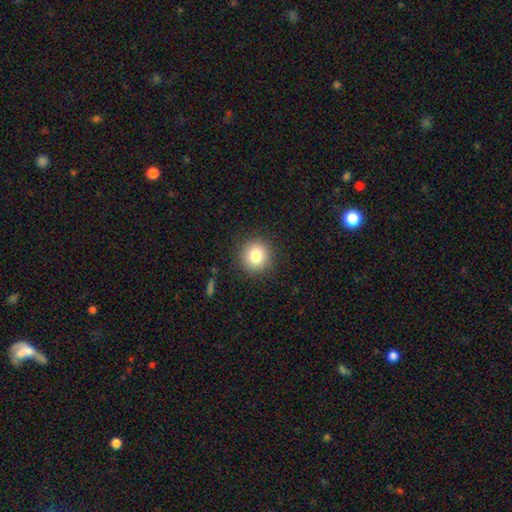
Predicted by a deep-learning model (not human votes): This appears to be a smooth galaxy with no disk features (82%) that is round (93%). Merging: none (90%).